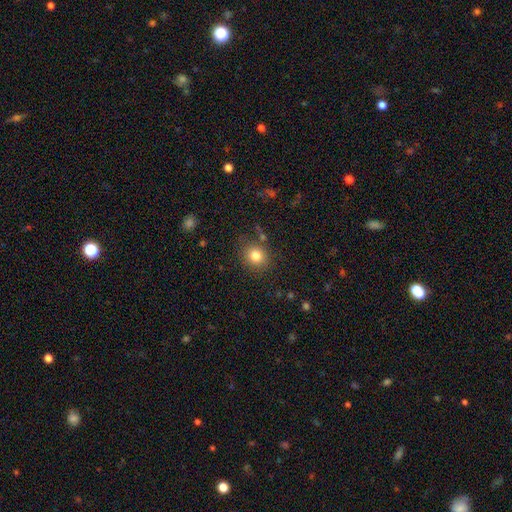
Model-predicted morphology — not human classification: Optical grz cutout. It shows a smooth galaxy with no disk features (81%) that is round (76%). Merging: none (81%).